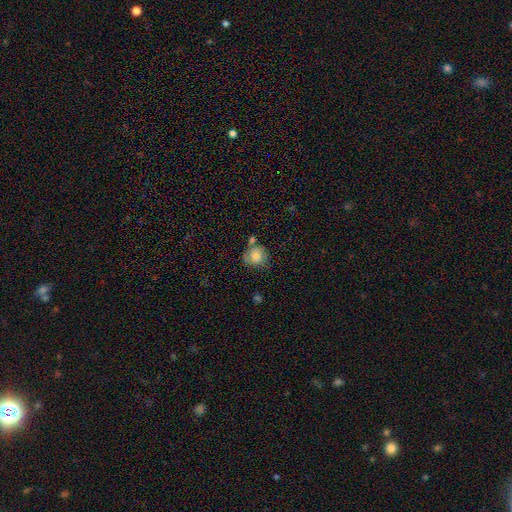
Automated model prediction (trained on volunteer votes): This appears to be a smooth galaxy with no disk features (70%) that is round (85%). Merging: none (57%).